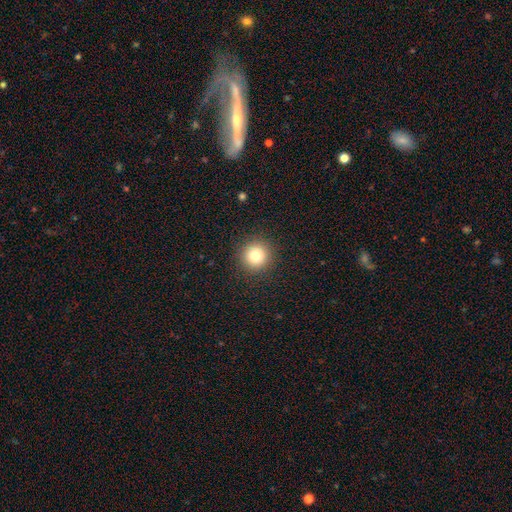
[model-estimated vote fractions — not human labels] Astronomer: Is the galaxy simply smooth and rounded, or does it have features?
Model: smooth — 80%.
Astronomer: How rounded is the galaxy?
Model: round — 94%.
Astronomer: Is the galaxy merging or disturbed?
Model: none — 91%.